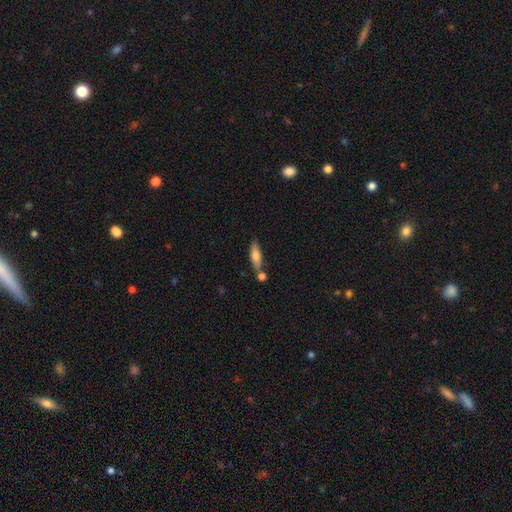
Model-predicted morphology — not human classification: Smooth or featured?
  - smooth: 71% *
  - featured or disk: 23%
  - star or artifact: 7%
How rounded?
  - cigar-shaped: 56% *
  - in between: 41%
  - round: 2%
Merging?
  - none: 63% *
  - merger: 19%
  - minor disturbance: 14%
  - major disturbance: 4%